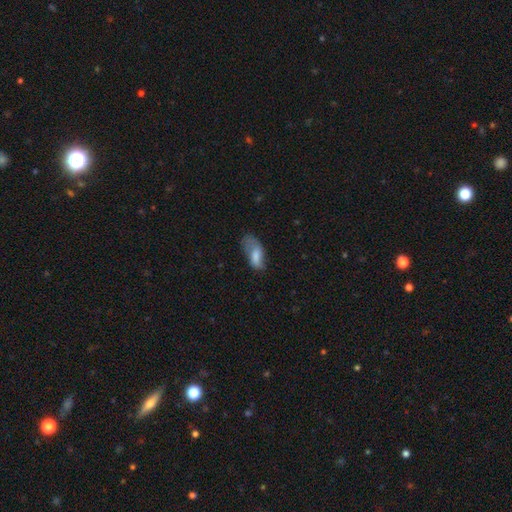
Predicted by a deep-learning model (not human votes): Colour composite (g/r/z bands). It shows a smooth galaxy with no disk features (67%) that is in between round and cigar-shaped (84%). Merging: none (37%).